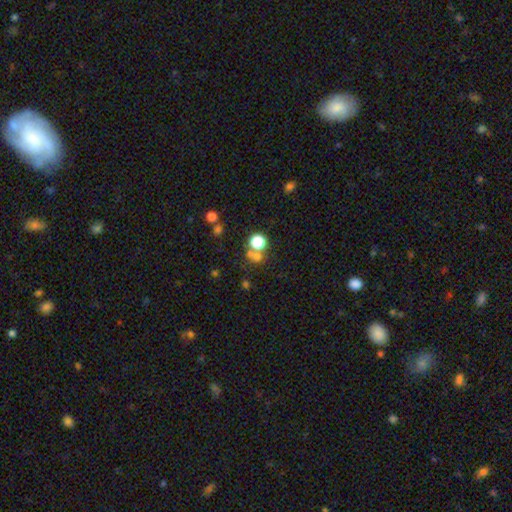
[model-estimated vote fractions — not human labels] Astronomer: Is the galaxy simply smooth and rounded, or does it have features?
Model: smooth — 62%.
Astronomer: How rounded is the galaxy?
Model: round — 86%.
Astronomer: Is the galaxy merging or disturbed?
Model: none — 54% (runner-up: merger, 33%).